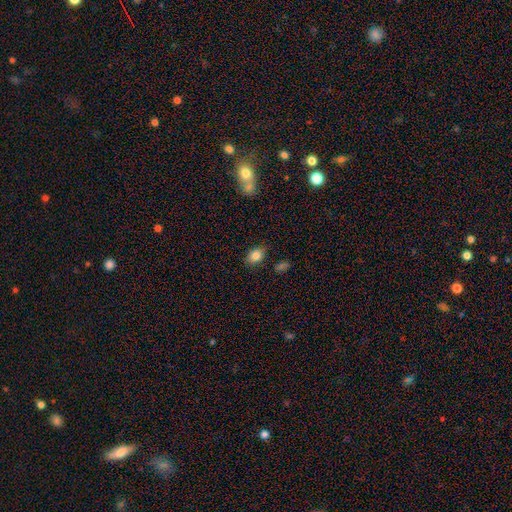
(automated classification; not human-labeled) smooth_or_featured: smooth (p=0.82) [alt: star or artifact p=0.10]
how_rounded: in between (p=0.72) [alt: round p=0.27]
merging: none (p=0.82) [alt: minor disturbance p=0.13]